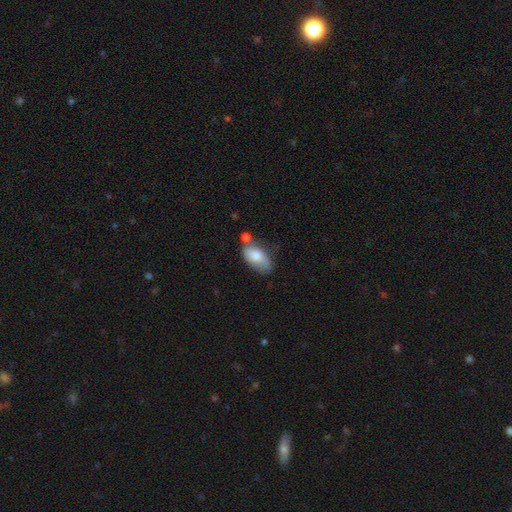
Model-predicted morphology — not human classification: Overall: smooth (75%). How rounded: in between (92%). Merging: none (48%; minor disturbance 27%).